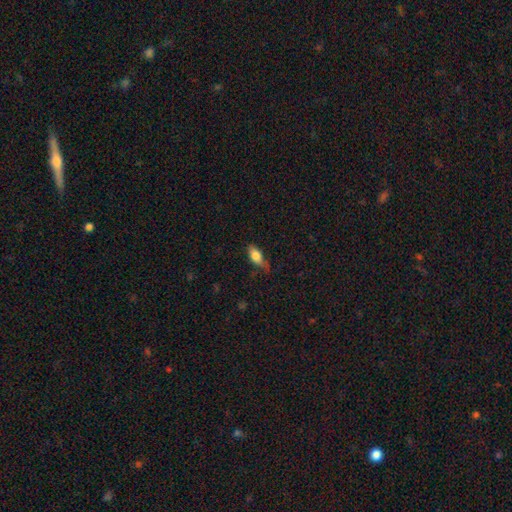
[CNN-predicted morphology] type=smooth (78%); roundness=in between (80%); merging=none (50%).